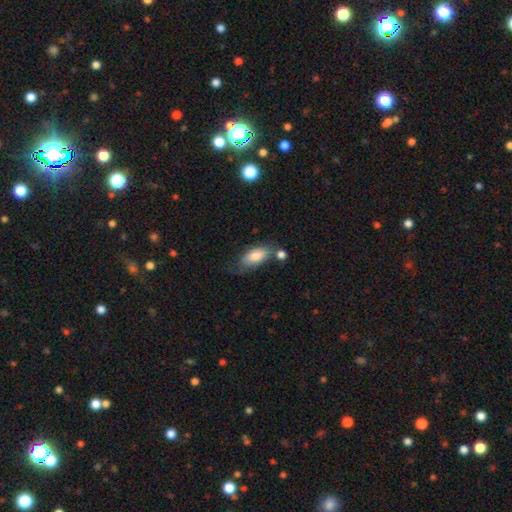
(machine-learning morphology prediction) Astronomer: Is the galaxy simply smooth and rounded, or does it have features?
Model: smooth — 79%.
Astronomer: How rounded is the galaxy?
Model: in between — 86%.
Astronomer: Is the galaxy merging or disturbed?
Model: none — 51%.